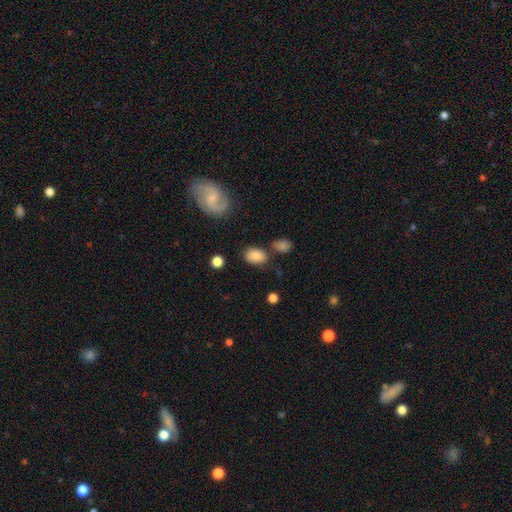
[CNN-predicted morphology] Smooth or featured? smooth (80%)
How rounded? in between (83%)
Merging? none (70%)